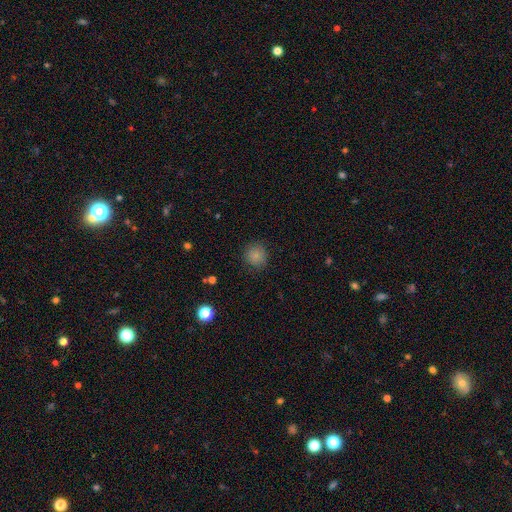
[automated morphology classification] Smooth or featured? smooth (83%)
How rounded? round (91%)
Merging? none (86%)